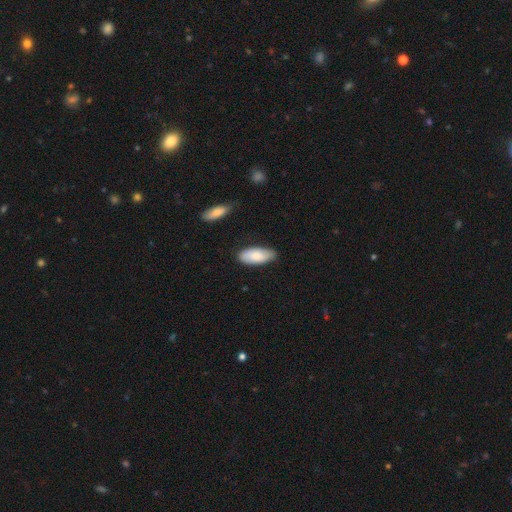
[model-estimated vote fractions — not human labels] smooth 79%, featured or disk 16%, star or artifact 6%. Down the decision tree: how rounded — in between (88%); merging — none (81%).